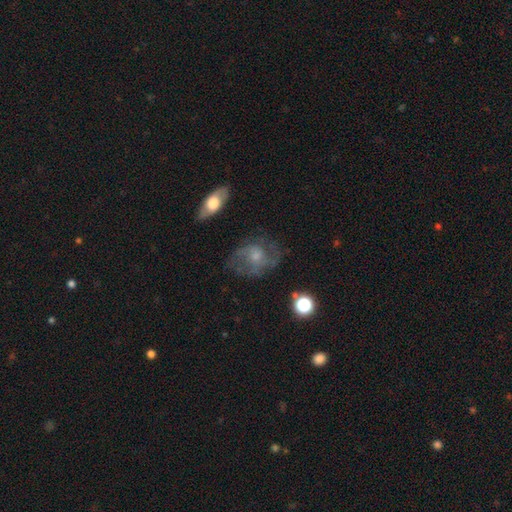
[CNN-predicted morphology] Smooth or featured? featured or disk (67%)
Edge-on disk? no (96%)
Bar? no (70%)
Spiral arms? yes (81%)
Spiral winding? medium (47%)
Spiral arm count? 2 (51%)
Bulge size? small (51%)
Merging? none (64%)